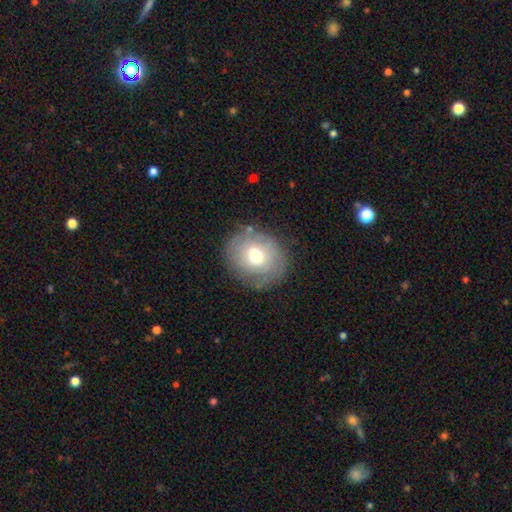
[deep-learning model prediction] The model was most divided on "smooth or featured": smooth: 54%, featured or disk: 37%, star or artifact: 9%. More confident: how rounded — round (78%); merging — none (76%).